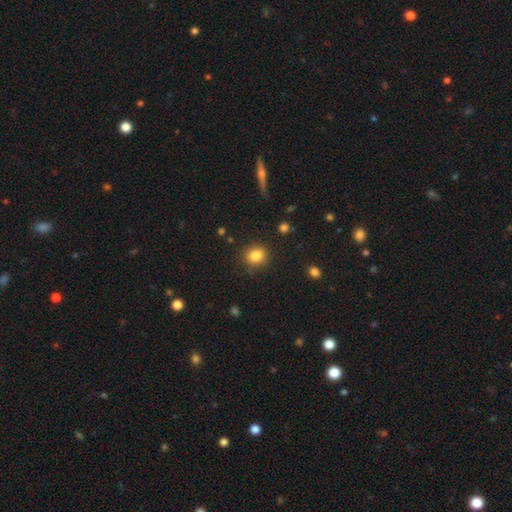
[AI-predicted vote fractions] smooth-or-featured: smooth: 84% | star or artifact: 11% | featured or disk: 5%
  how-rounded: round: 64% | in between: 35% | cigar-shaped: 1%
  merging: none: 83% | minor disturbance: 12% | major disturbance: 4% | merger: 2%